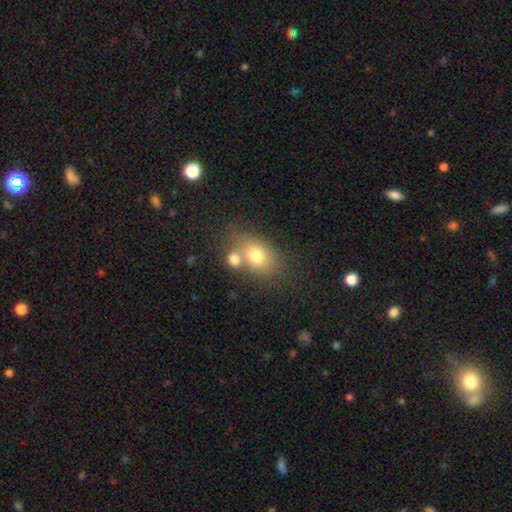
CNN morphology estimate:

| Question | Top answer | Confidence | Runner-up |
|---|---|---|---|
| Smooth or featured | smooth | 73% | featured or disk (16%) |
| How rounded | in between | 65% | round (34%) |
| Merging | none | 46% | merger (36%) |